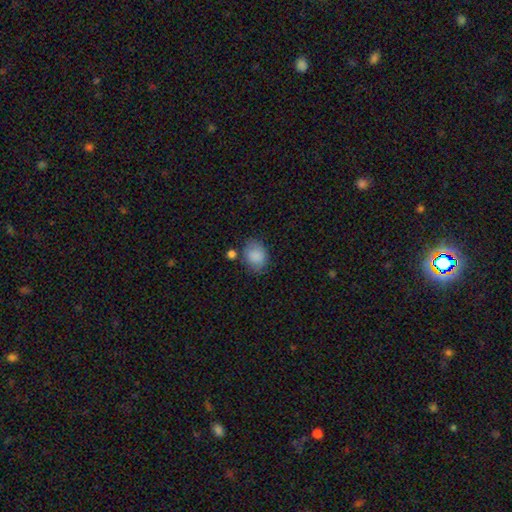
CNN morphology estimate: Smooth or featured? smooth (87%)
How rounded? in between (54%)
Merging? none (68%)